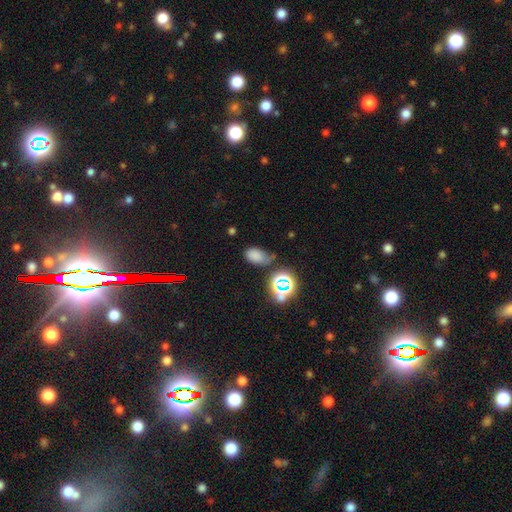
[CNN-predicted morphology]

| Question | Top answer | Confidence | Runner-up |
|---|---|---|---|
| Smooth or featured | smooth | 68% | star or artifact (23%) |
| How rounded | in between | 85% | round (13%) |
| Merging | none | 51% | minor disturbance (29%) |